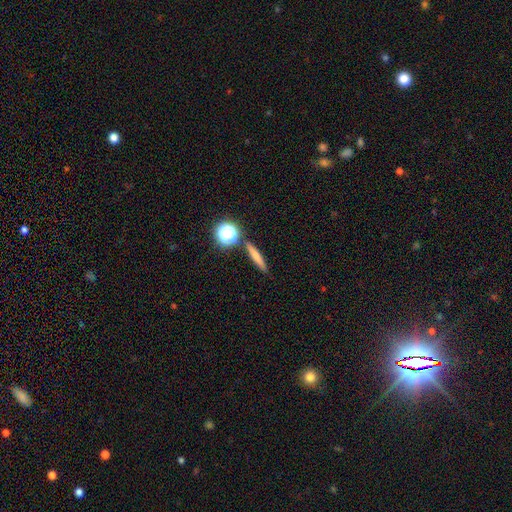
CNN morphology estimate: A smooth galaxy with no disk features (69%) that is cigar-shaped (80%). Merging: none (85%).